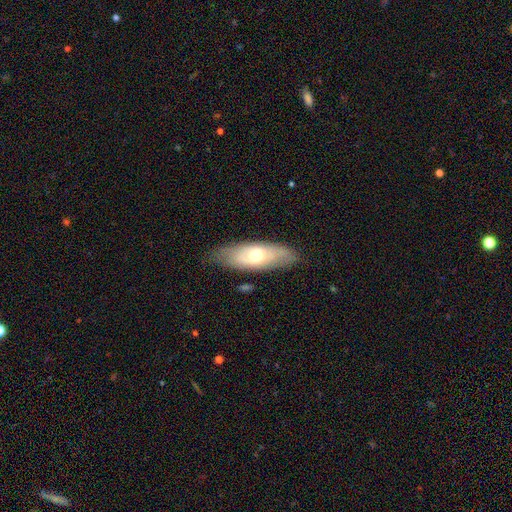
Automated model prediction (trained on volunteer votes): Smooth or featured?
  - smooth: 53% *
  - featured or disk: 41%
  - star or artifact: 6%
How rounded?
  - in between: 69% *
  - cigar-shaped: 29%
  - round: 2%
Merging?
  - none: 79% *
  - minor disturbance: 16%
  - major disturbance: 4%
  - merger: 1%